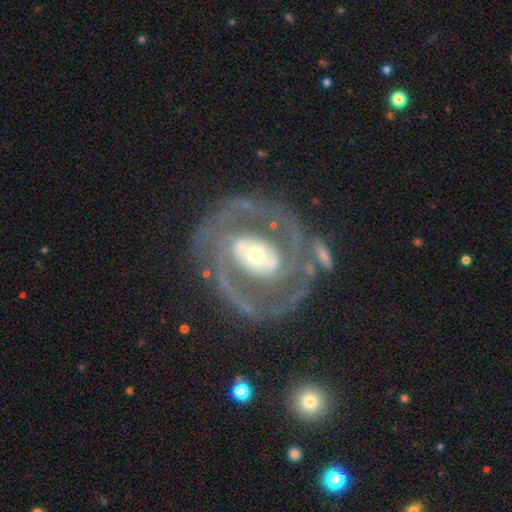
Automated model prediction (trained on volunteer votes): smooth_or_featured: featured or disk (p=0.85) [alt: smooth p=0.09]
disk_edge_on: no (p=0.97) [alt: yes p=0.03]
bar: no (p=0.56) [alt: weak p=0.25]
has_spiral_arms: yes (p=0.81) [alt: no p=0.19]
spiral_winding: tight (p=0.50) [alt: medium p=0.37]
spiral_arm_count: 2 (p=0.65) [alt: can't tell p=0.15]
bulge_size: moderate (p=0.51) [alt: small p=0.36]
merging: none (p=0.67) [alt: minor disturbance p=0.15]